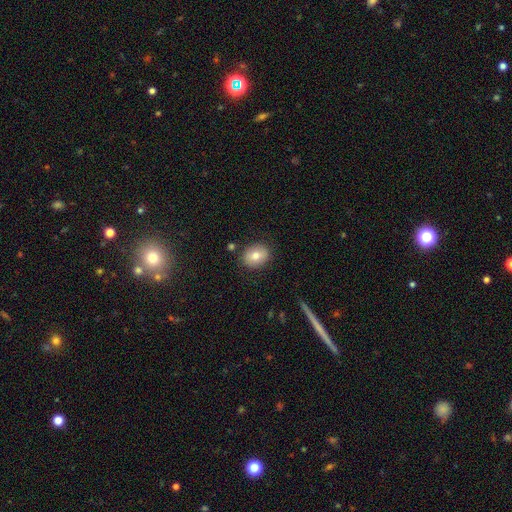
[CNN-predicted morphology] smooth 77%, featured or disk 15%, star or artifact 9%. Down the decision tree: how rounded — round (53%); merging — none (86%).